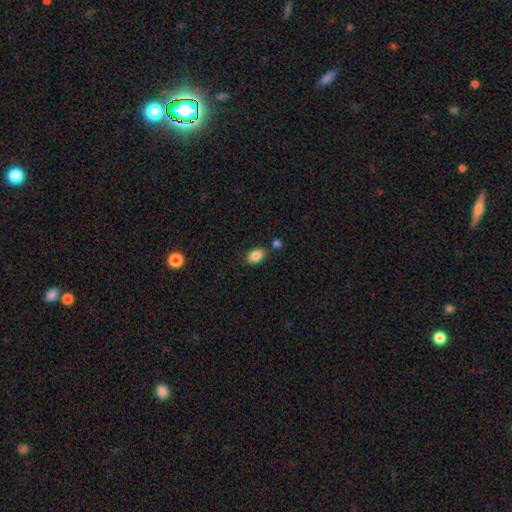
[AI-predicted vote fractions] Q: Smooth or featured?
A: smooth (86%); runner-up: star or artifact (8%)
Q: How rounded?
A: in between (87%); runner-up: round (11%)
Q: Merging?
A: none (78%); runner-up: minor disturbance (11%)